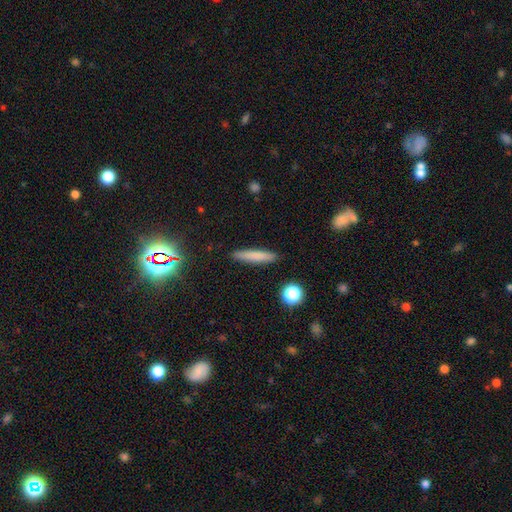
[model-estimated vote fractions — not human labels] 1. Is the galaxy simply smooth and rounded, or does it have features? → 76% smooth, 15% featured or disk, 9% star or artifact.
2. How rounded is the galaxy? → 91% cigar-shaped, 8% in between, 2% round.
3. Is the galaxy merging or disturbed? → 90% none, 7% minor disturbance, 2% major disturbance, 2% merger.